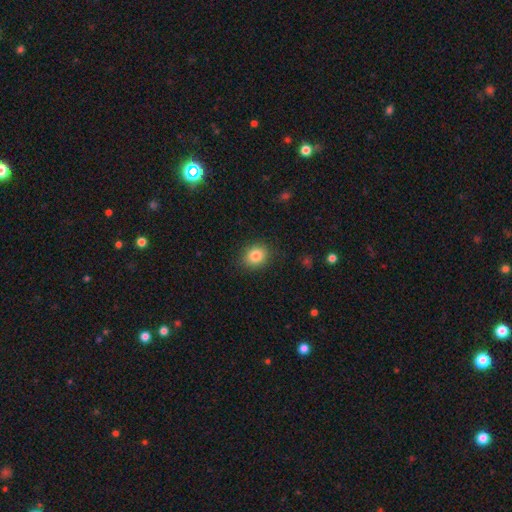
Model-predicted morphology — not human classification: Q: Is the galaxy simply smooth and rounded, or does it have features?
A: smooth — 83%.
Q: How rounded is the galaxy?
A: round — 69%.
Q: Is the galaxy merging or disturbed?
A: none — 88%.